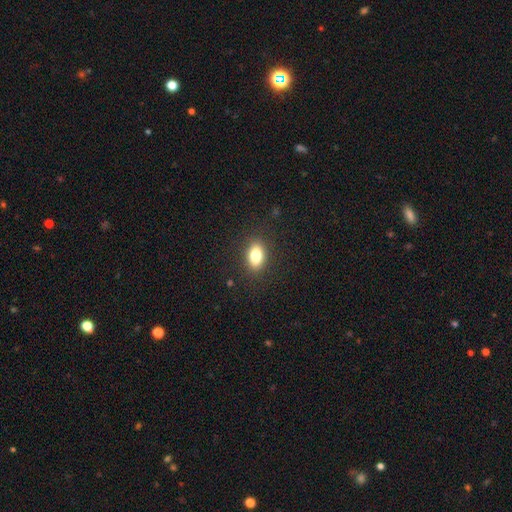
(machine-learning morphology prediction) type=smooth (81%); roundness=in between (84%); merging=none (87%).